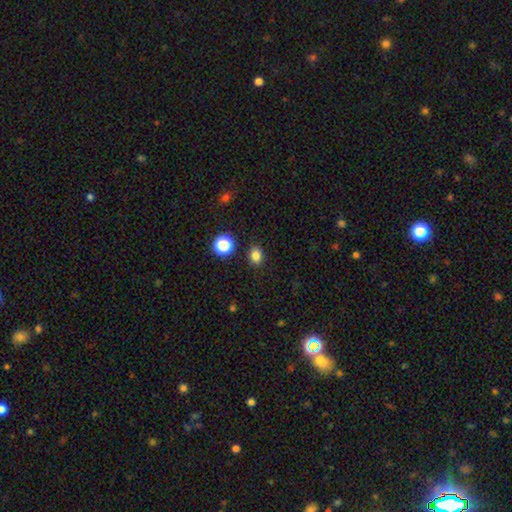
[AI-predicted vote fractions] Overall: smooth (82%). How rounded: round (55%; in between 44%). Merging: none (88%).